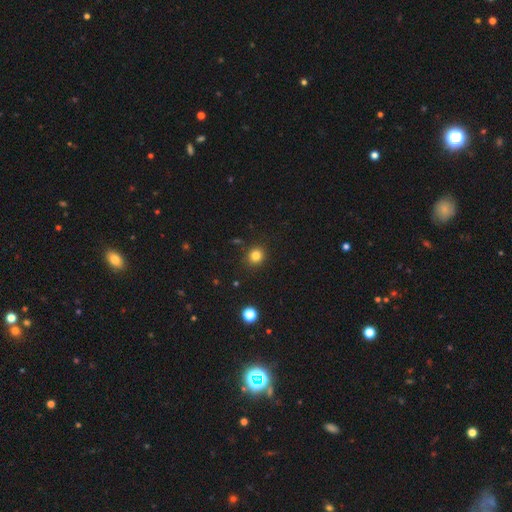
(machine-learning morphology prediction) smooth_or_featured: smooth (p=0.82) [alt: star or artifact p=0.13]
how_rounded: round (p=0.84) [alt: in between p=0.15]
merging: none (p=0.90) [alt: minor disturbance p=0.07]